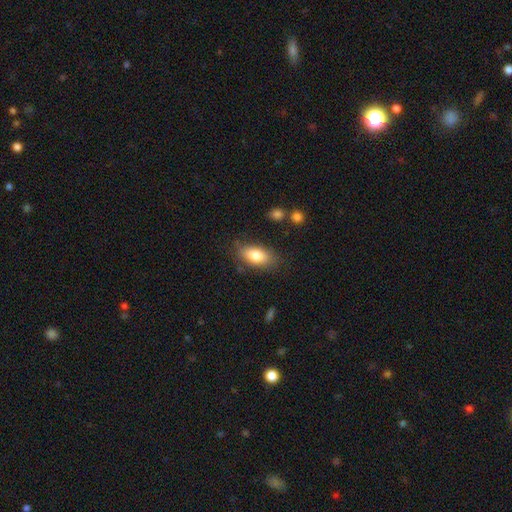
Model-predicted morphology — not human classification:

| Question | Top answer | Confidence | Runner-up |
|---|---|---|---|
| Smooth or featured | smooth | 81% | featured or disk (12%) |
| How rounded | in between | 88% | cigar-shaped (8%) |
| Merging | none | 78% | minor disturbance (16%) |